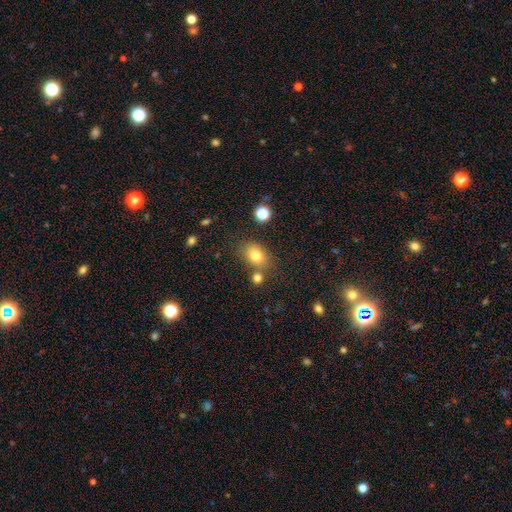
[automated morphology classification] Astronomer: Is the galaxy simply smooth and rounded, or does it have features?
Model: smooth — 78%.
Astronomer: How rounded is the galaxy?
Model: in between — 70%.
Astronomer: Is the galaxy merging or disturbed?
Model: none — 69%.